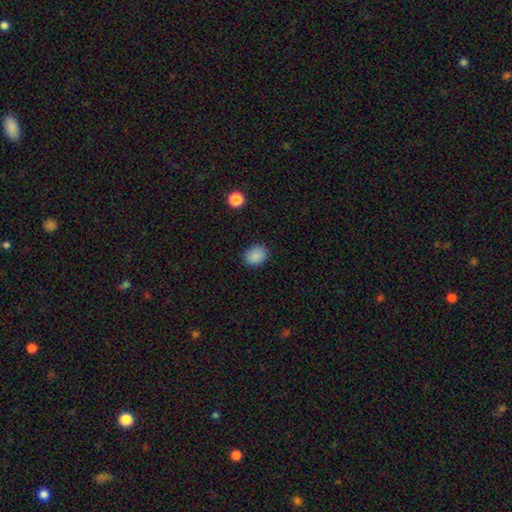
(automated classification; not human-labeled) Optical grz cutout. It shows a smooth galaxy with no disk features (88%) that is round (56%). Merging: none (86%).